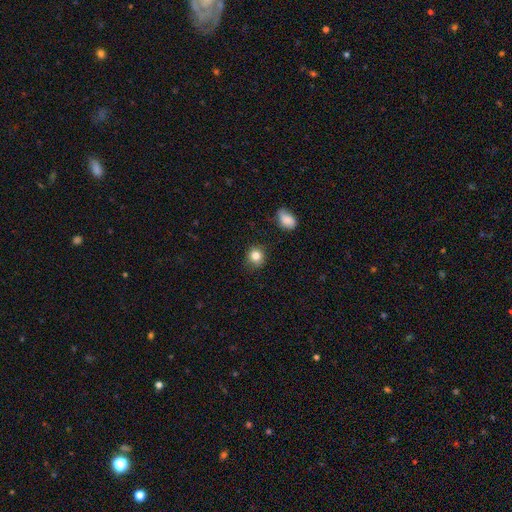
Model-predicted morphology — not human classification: A smooth galaxy with no disk features (83%) that is round (84%). Merging: none (82%).